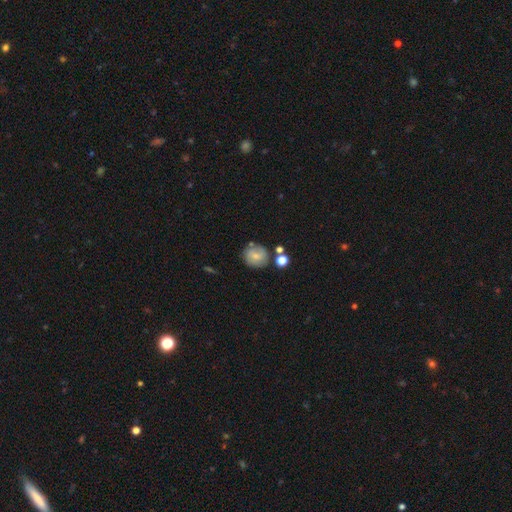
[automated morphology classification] Q: Smooth or featured?
A: smooth (63%); runner-up: featured or disk (27%)
Q: How rounded?
A: round (82%); runner-up: in between (17%)
Q: Merging?
A: none (69%); runner-up: minor disturbance (16%)